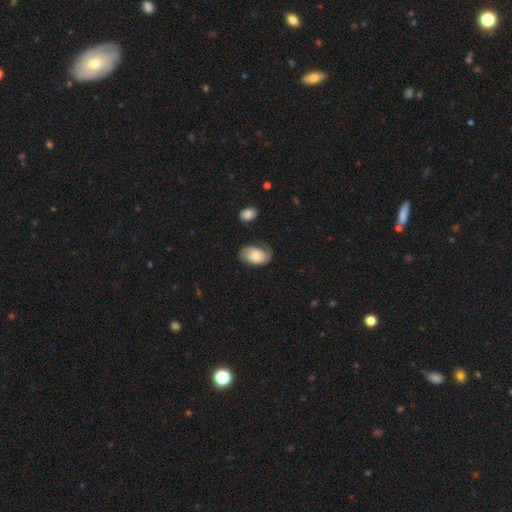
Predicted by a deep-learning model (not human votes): This is possibly a featured or disk galaxy (49%). Merging: possibly none (57%).